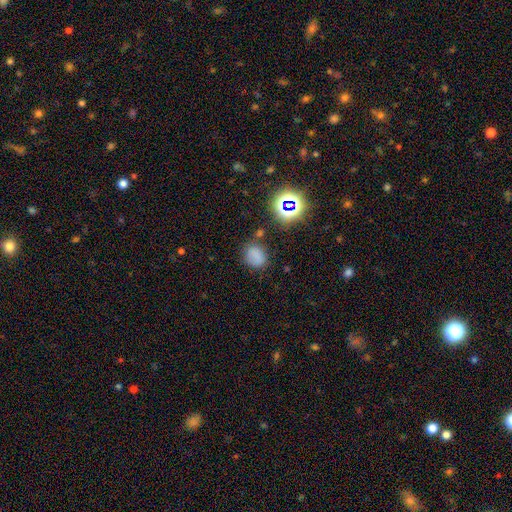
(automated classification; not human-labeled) Smooth or featured: smooth — 69% (star or artifact — 22%)
How rounded: round — 54% (in between — 45%)
Merging: none — 69% (minor disturbance — 19%)